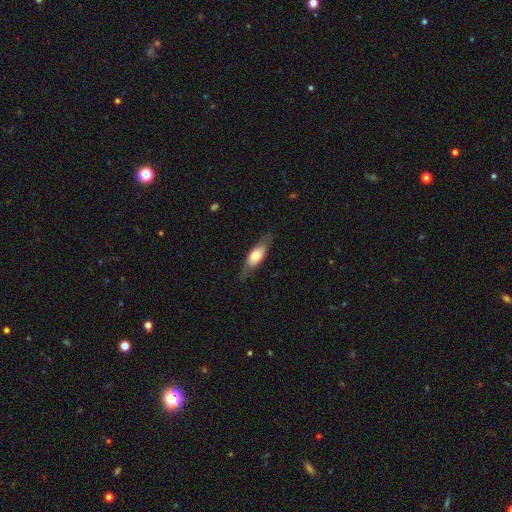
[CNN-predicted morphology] smooth 59%, featured or disk 34%, star or artifact 6%. Down the decision tree: how rounded — in between (61%); merging — none (77%).